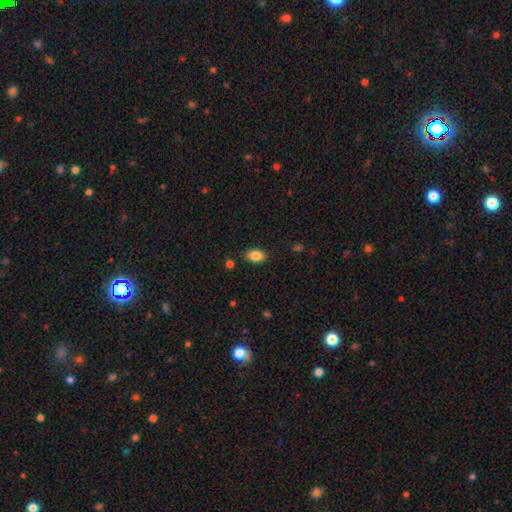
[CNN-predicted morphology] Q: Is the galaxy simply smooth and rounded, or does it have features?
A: smooth — 85%.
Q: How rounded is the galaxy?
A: in between — 88%.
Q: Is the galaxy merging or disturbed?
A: none — 85%.